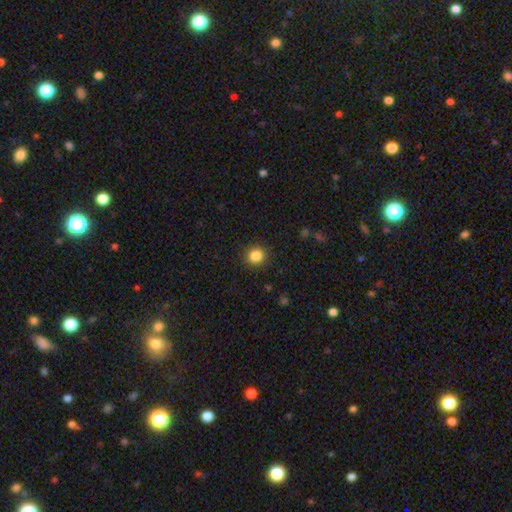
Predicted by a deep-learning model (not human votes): A smooth galaxy with no disk features (85%) that is round (93%).

Vote fractions:
- Smooth or featured? smooth: 85% / star or artifact: 11% / featured or disk: 4%
- How rounded? round: 93% / in between: 6% / cigar-shaped: 1%
- Merging? none: 92% / minor disturbance: 5% / major disturbance: 2% / merger: 1%